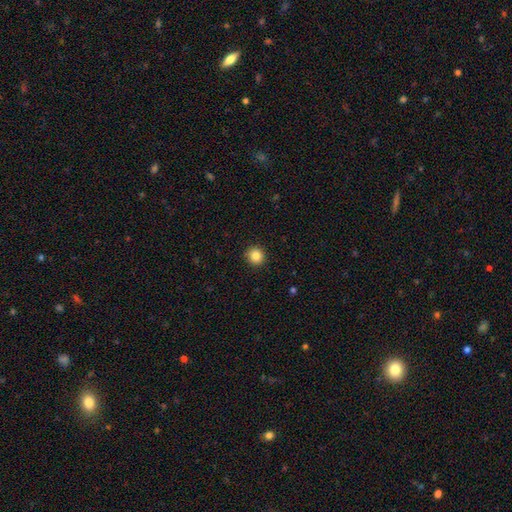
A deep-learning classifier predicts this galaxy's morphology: smooth-or-featured: smooth: 85% | star or artifact: 10% | featured or disk: 4%
  how-rounded: round: 93% | in between: 6% | cigar-shaped: 1%
  merging: none: 92% | minor disturbance: 5% | major disturbance: 2% | merger: 1%